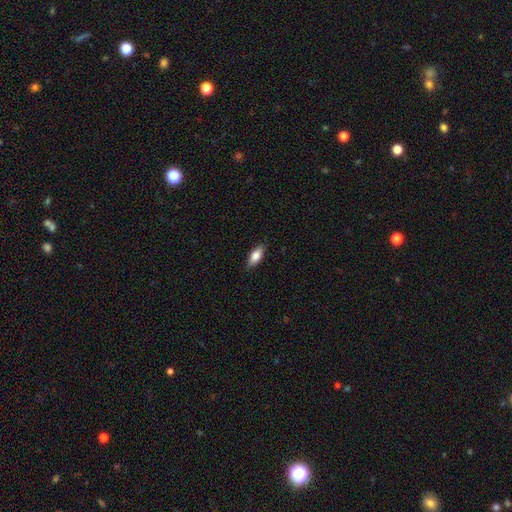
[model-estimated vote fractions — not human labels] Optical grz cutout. It shows a smooth galaxy with no disk features (78%) that is in between round and cigar-shaped (80%). Merging: none (86%).